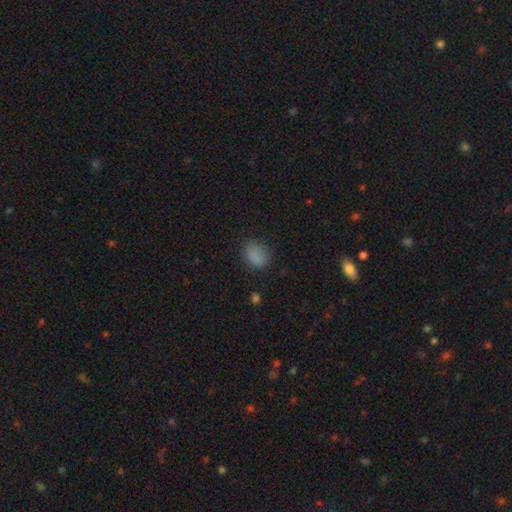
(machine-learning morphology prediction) Smooth or featured: smooth — 82% (star or artifact — 12%)
How rounded: in between — 57% (round — 42%)
Merging: none — 74% (minor disturbance — 19%)